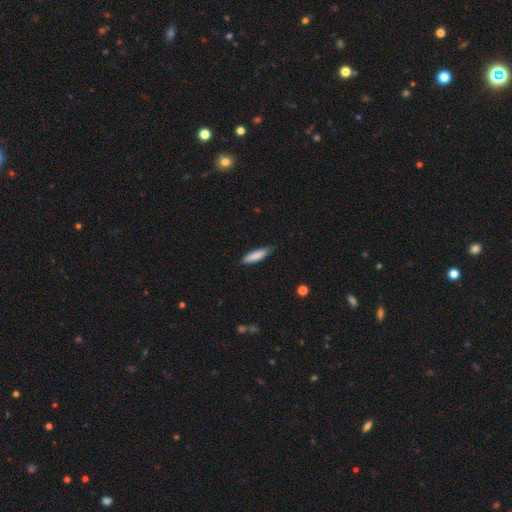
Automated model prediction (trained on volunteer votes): This appears to be a smooth galaxy with no disk features (84%) that is cigar-shaped (72%). Merging: none (78%).